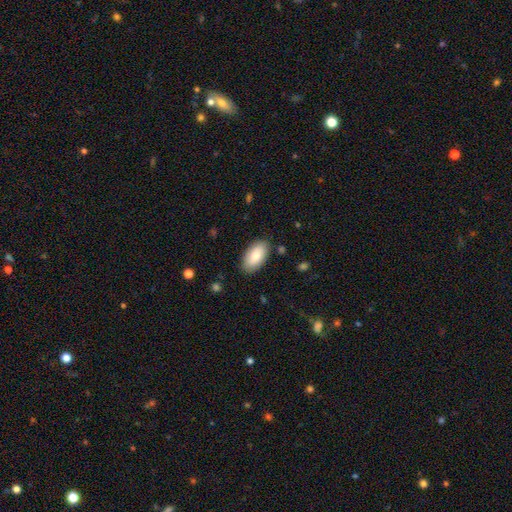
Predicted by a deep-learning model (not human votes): A smooth galaxy with no disk features (83%) that is in between round and cigar-shaped (95%). Merging: none (86%).